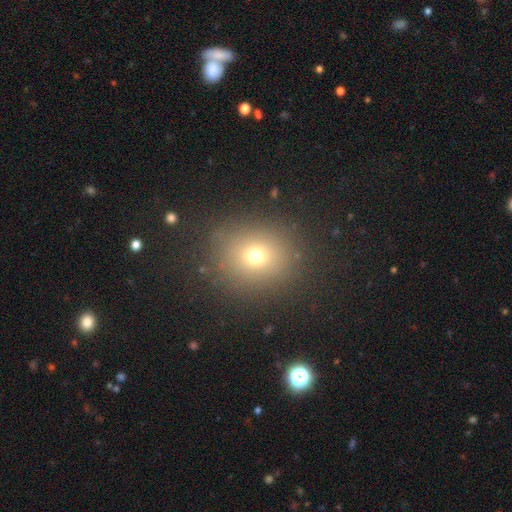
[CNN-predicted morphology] Overall: smooth (69%). How rounded: round (78%). Merging: none (86%).